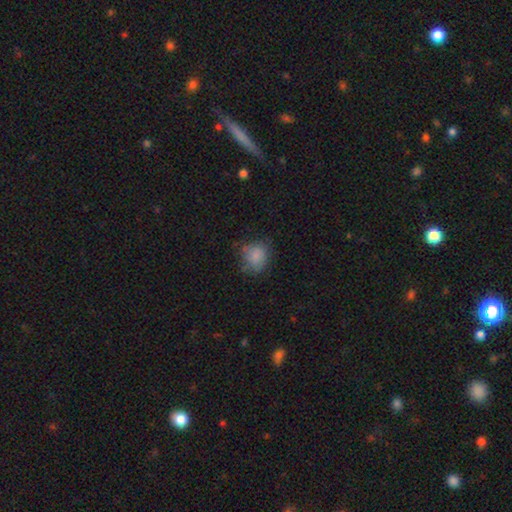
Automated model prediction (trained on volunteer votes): Smooth or featured?
  - smooth: 79% *
  - star or artifact: 11%
  - featured or disk: 10%
How rounded?
  - round: 72% *
  - in between: 27%
  - cigar-shaped: 1%
Merging?
  - none: 63% *
  - minor disturbance: 25%
  - major disturbance: 10%
  - merger: 2%